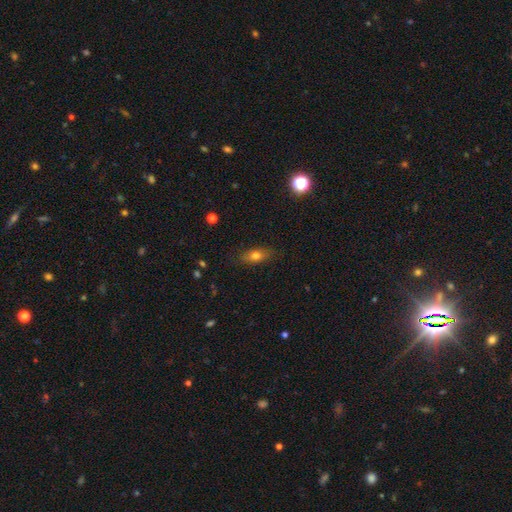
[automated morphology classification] Smooth or featured: smooth — 71% (featured or disk — 19%)
How rounded: in between — 75% (cigar-shaped — 17%)
Merging: none — 83% (minor disturbance — 12%)